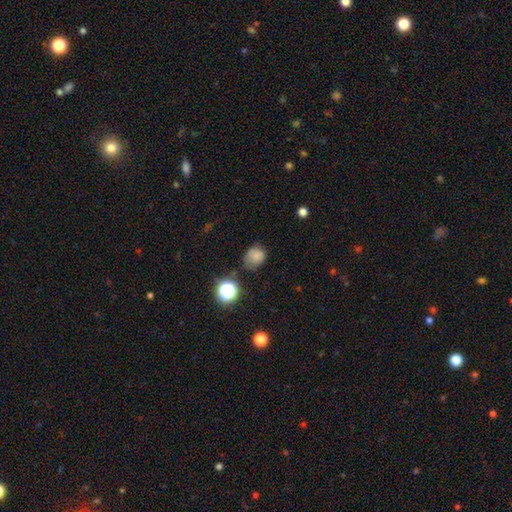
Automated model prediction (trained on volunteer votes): Overall: smooth (77%). How rounded: round (67%; in between 32%). Merging: none (55%; minor disturbance 31%).